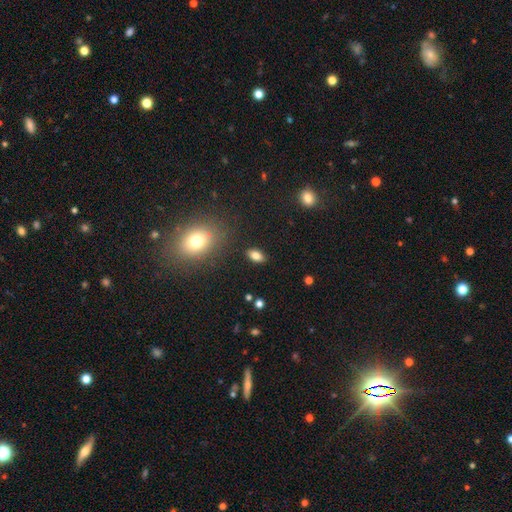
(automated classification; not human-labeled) This is clearly a smooth galaxy (80%). How rounded: clearly in between (89%). Merging: clearly none (87%).